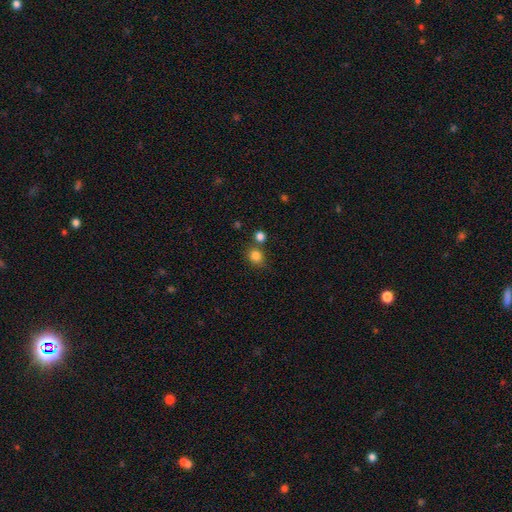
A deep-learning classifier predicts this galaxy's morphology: smooth-or-featured: smooth: 83% | star or artifact: 12% | featured or disk: 5%
  how-rounded: round: 79% | in between: 20% | cigar-shaped: 1%
  merging: none: 69% | merger: 17% | minor disturbance: 10% | major disturbance: 4%